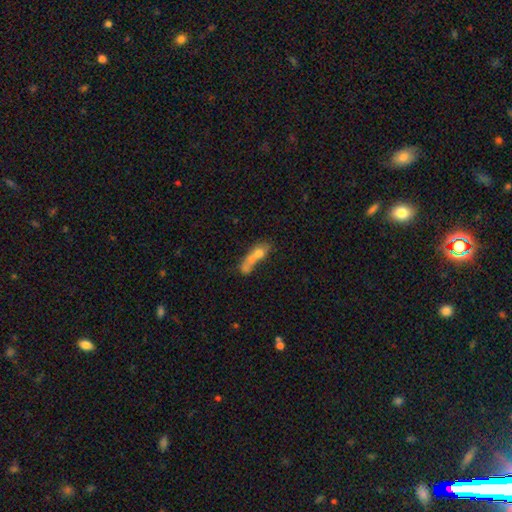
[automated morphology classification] smooth 57%, featured or disk 31%, star or artifact 12%. Down the decision tree: how rounded — in between (43%); merging — merger (59%).